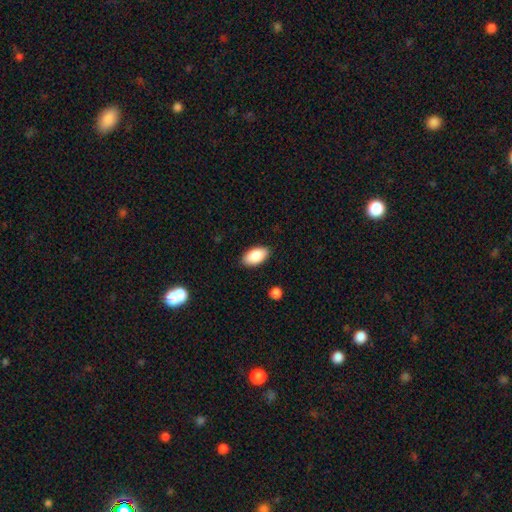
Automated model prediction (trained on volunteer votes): The model was most divided on "merging": none: 88%, minor disturbance: 9%, major disturbance: 2%, merger: 1%. More confident: how rounded — in between (95%); smooth or featured — smooth (88%).